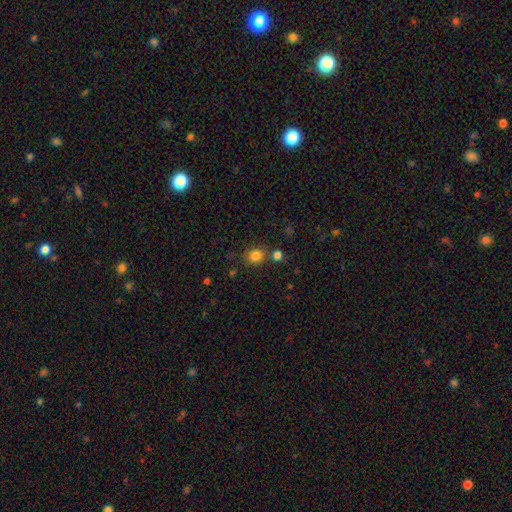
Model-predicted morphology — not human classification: Q: Smooth or featured?
A: smooth (83%); runner-up: star or artifact (12%)
Q: How rounded?
A: round (76%); runner-up: in between (23%)
Q: Merging?
A: none (74%); runner-up: merger (13%)